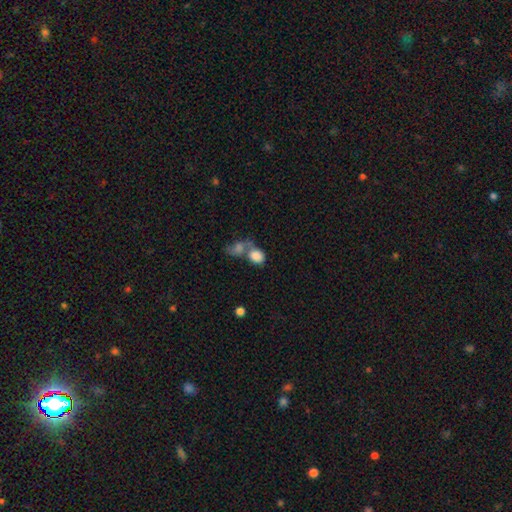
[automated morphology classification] smooth_or_featured: smooth (p=0.81) [alt: featured or disk p=0.11]
how_rounded: in between (p=0.54) [alt: round p=0.44]
merging: merger (p=0.62) [alt: none p=0.22]